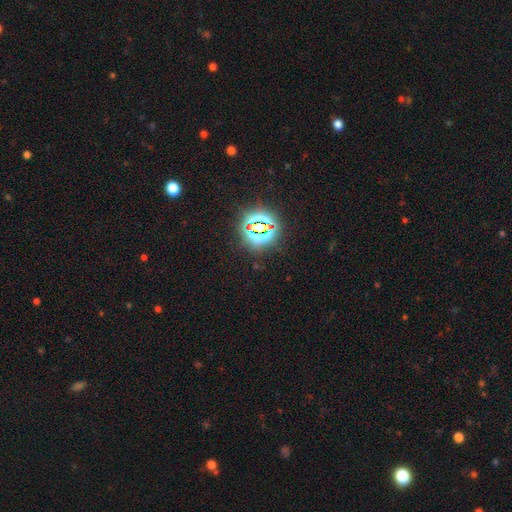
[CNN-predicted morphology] Smooth or featured? Predicted: star or artifact (p=0.83).